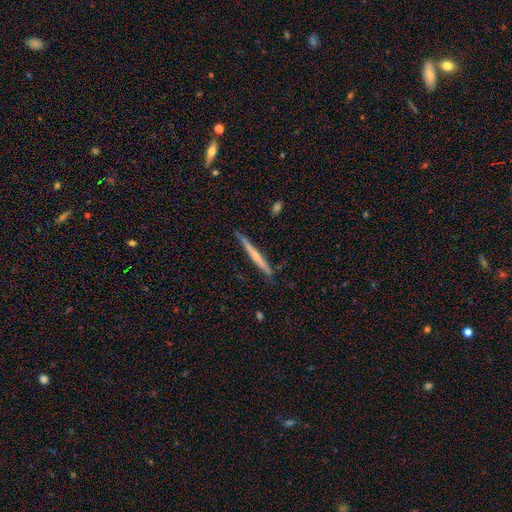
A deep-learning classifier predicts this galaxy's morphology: Overall: featured or disk (49%; smooth 45%). Merging: none (87%).